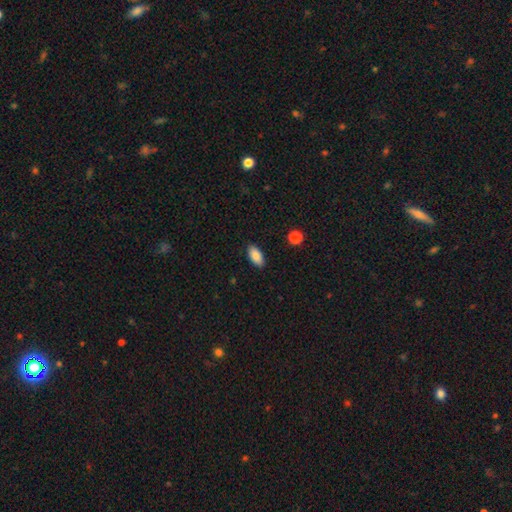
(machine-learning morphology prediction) Smooth or featured? smooth (87%)
How rounded? in between (92%)
Merging? none (89%)